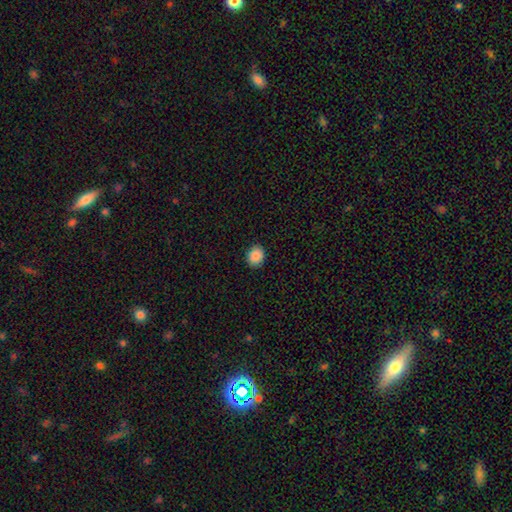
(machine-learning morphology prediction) smooth-or-featured: smooth: 89% | star or artifact: 9% | featured or disk: 3%
  how-rounded: round: 63% | in between: 36% | cigar-shaped: 1%
  merging: none: 89% | minor disturbance: 8% | major disturbance: 2% | merger: 1%